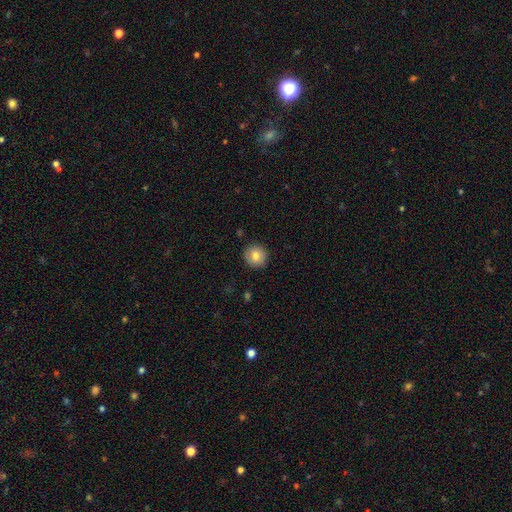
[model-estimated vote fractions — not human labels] Overall: smooth (78%). How rounded: round (93%). Merging: none (90%).